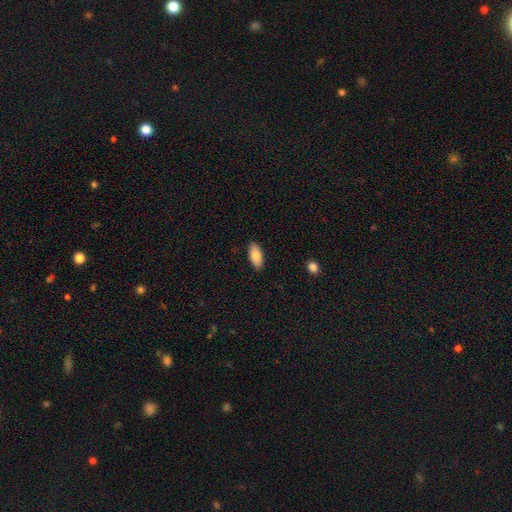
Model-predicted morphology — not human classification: A smooth galaxy with no disk features (83%) that is in between round and cigar-shaped (89%).

Vote fractions:
- Smooth or featured? smooth: 83% / featured or disk: 11% / star or artifact: 6%
- How rounded? in between: 89% / cigar-shaped: 9% / round: 2%
- Merging? none: 88% / minor disturbance: 9% / major disturbance: 2% / merger: 1%